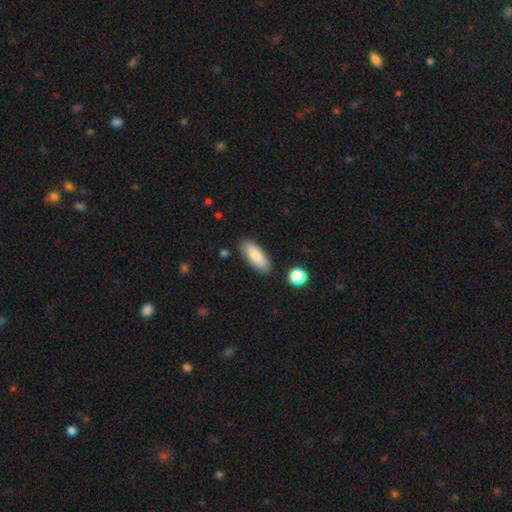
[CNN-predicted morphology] This appears to be a smooth galaxy with no disk features (81%) that is in between round and cigar-shaped (73%). Merging: none (85%).